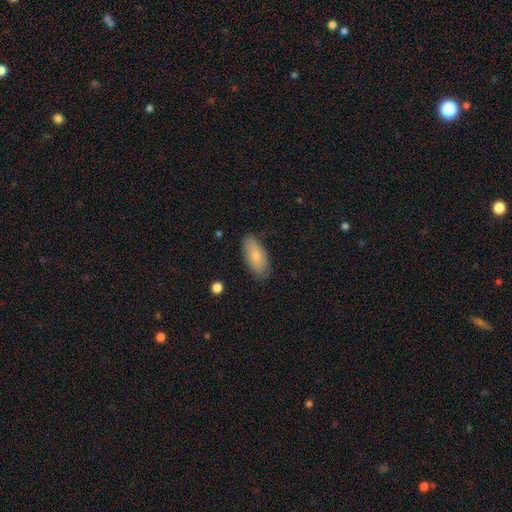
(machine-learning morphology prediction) Smooth or featured? Predicted: smooth (p=0.77). How rounded? Predicted: in between (p=0.89). Merging? Predicted: none (p=0.82).